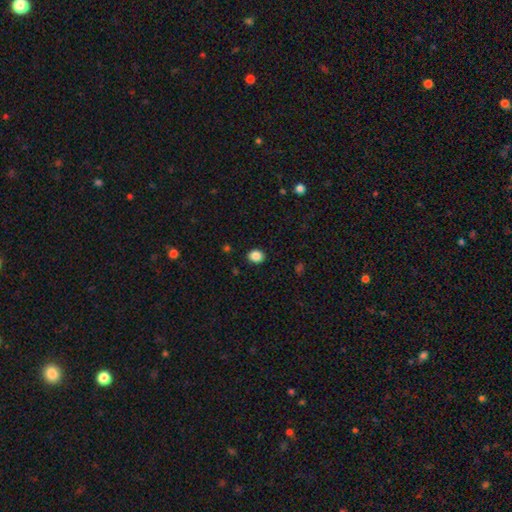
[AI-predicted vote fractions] Smooth or featured?
  - smooth: 87% *
  - star or artifact: 10%
  - featured or disk: 4%
How rounded?
  - round: 62% *
  - in between: 38%
  - cigar-shaped: 1%
Merging?
  - none: 90% *
  - minor disturbance: 7%
  - major disturbance: 2%
  - merger: 1%